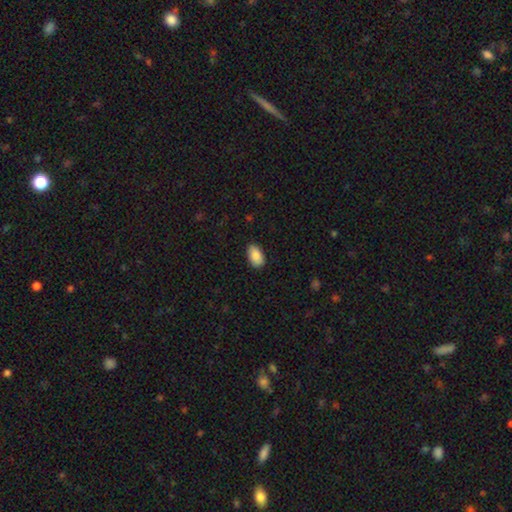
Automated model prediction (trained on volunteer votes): Smooth or featured?
  - smooth: 88% *
  - star or artifact: 7%
  - featured or disk: 5%
How rounded?
  - in between: 93% *
  - round: 5%
  - cigar-shaped: 1%
Merging?
  - none: 87% *
  - minor disturbance: 10%
  - major disturbance: 2%
  - merger: 1%